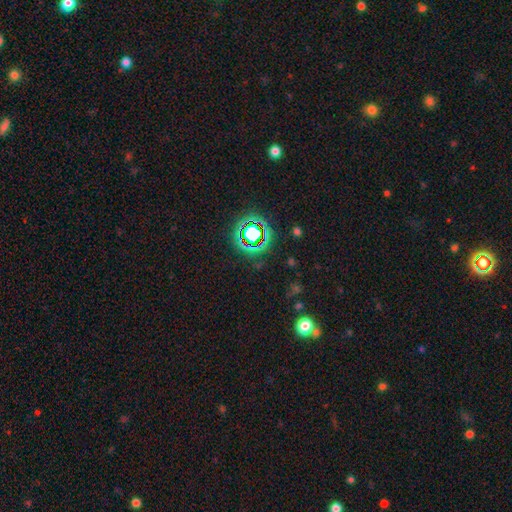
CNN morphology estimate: A star or artifact, not a galaxy (75%).